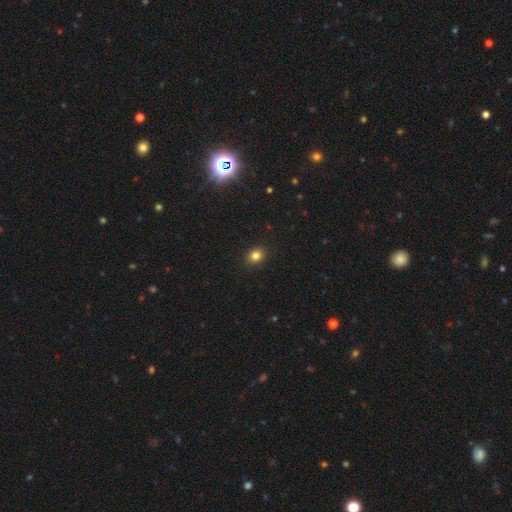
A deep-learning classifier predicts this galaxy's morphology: Overall: smooth (83%). How rounded: round (56%; in between 43%). Merging: none (90%).